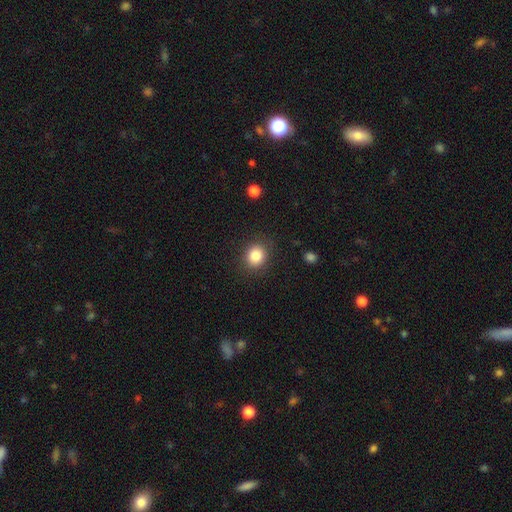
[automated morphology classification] smooth_or_featured: smooth (p=0.84) [alt: star or artifact p=0.10]
how_rounded: round (p=0.76) [alt: in between p=0.24]
merging: none (p=0.87) [alt: minor disturbance p=0.09]